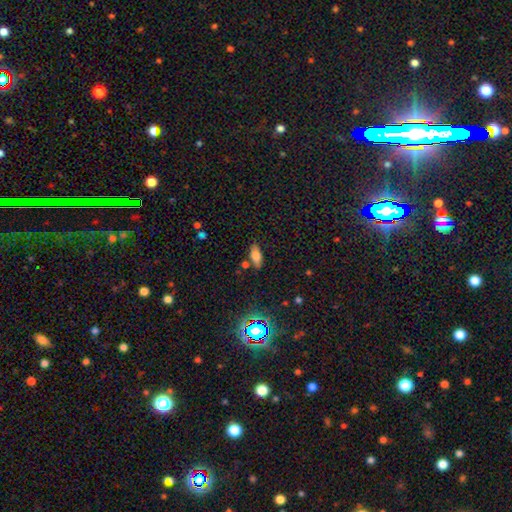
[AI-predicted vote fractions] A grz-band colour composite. It shows a smooth galaxy with no disk features (75%) that is in between round and cigar-shaped (80%). Merging: none (76%).